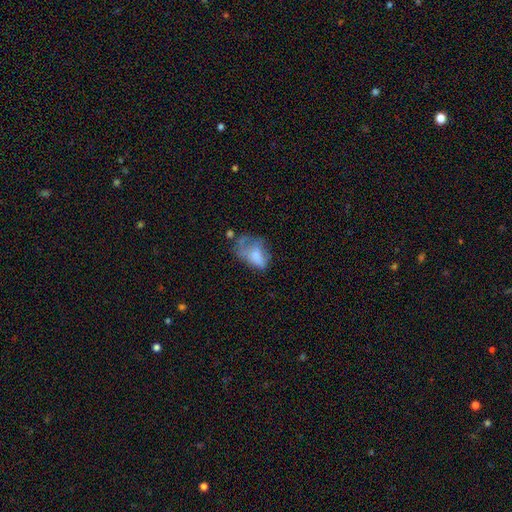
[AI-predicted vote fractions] This appears to be a smooth galaxy with no disk features (59%) that is in between round and cigar-shaped (83%). Merging: major disturbance (45%).